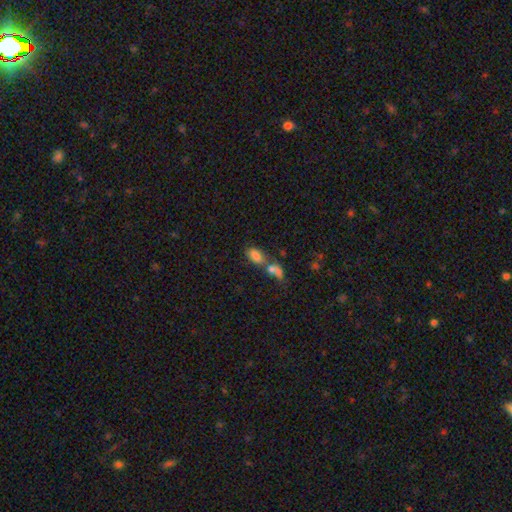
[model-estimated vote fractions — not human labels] Smooth or featured? Predicted: smooth (p=0.76). How rounded? Predicted: in between (p=0.86). Merging? Predicted: merger (p=0.60).